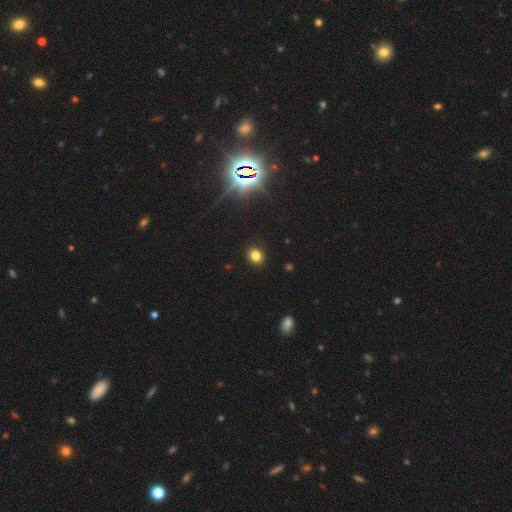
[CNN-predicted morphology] Overall: smooth (81%). How rounded: round (62%; in between 37%). Merging: none (90%).